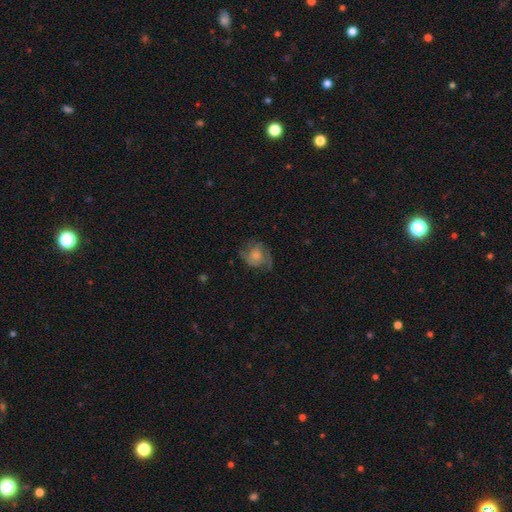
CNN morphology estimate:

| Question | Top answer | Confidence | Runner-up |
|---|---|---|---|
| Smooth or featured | featured or disk | 48% | smooth (44%) |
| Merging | none | 52% | minor disturbance (25%) |